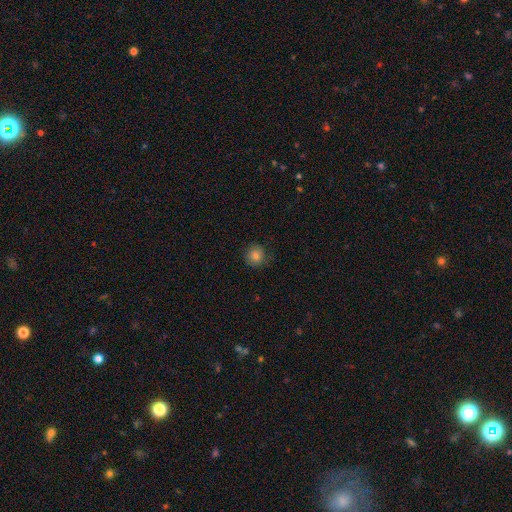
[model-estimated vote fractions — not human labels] The model was most divided on "merging": none: 80%, minor disturbance: 15%, major disturbance: 4%, merger: 1%. More confident: how rounded — round (90%); smooth or featured — smooth (80%).